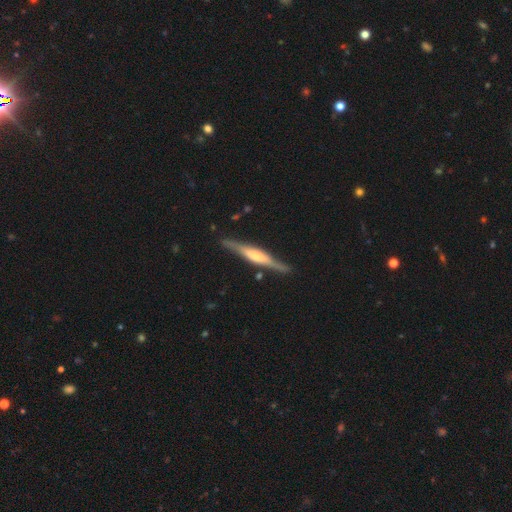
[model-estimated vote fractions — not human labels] smooth_or_featured: featured or disk (p=0.75) [alt: smooth p=0.20]
disk_edge_on: yes (p=0.96) [alt: no p=0.04]
edge_on_bulge: rounded (p=0.49) [alt: boxy p=0.38]
merging: none (p=0.85) [alt: minor disturbance p=0.11]